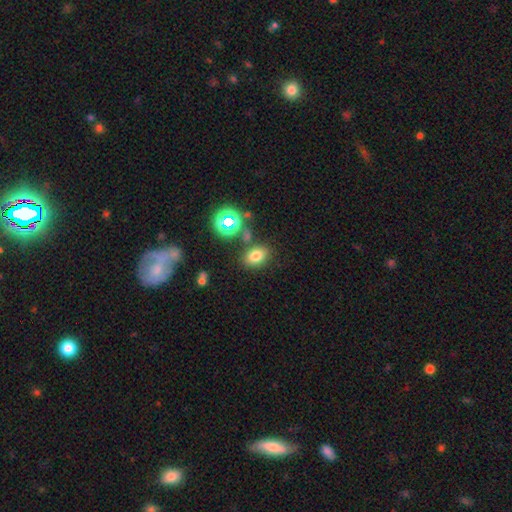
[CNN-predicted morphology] Smooth or featured?
  - smooth: 72% *
  - star or artifact: 20%
  - featured or disk: 9%
How rounded?
  - in between: 69% *
  - round: 30%
  - cigar-shaped: 1%
Merging?
  - none: 78% *
  - minor disturbance: 11%
  - merger: 8%
  - major disturbance: 4%